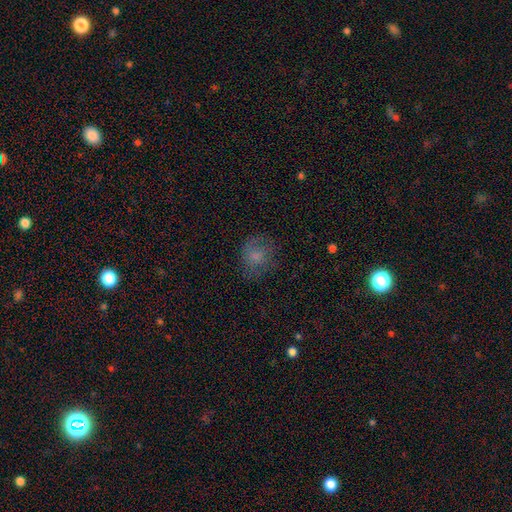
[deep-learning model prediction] The model was most divided on "merging": none: 65%, minor disturbance: 21%, major disturbance: 13%, merger: 1%. More confident: how rounded — round (74%); smooth or featured — smooth (69%).